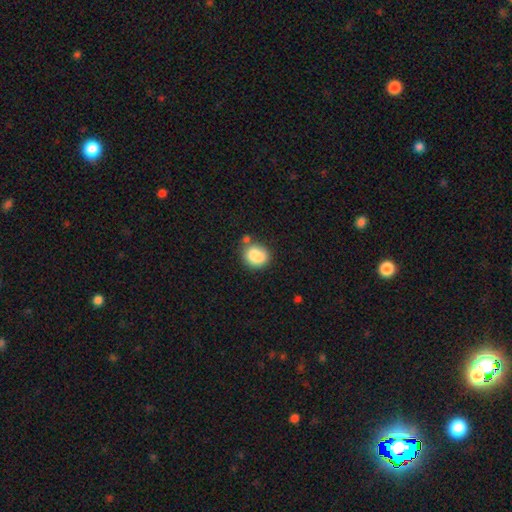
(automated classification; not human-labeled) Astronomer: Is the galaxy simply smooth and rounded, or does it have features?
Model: smooth — 82%.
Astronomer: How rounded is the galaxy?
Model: round — 68%.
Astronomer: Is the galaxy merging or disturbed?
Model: none — 53%.